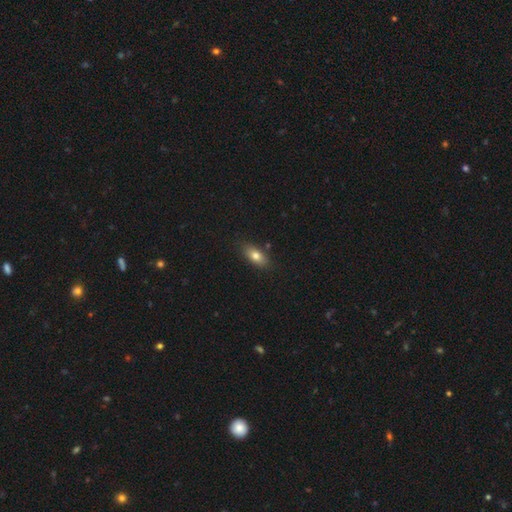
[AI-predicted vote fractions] Smooth or featured? Predicted: smooth (p=0.79). How rounded? Predicted: in between (p=0.87). Merging? Predicted: none (p=0.82).